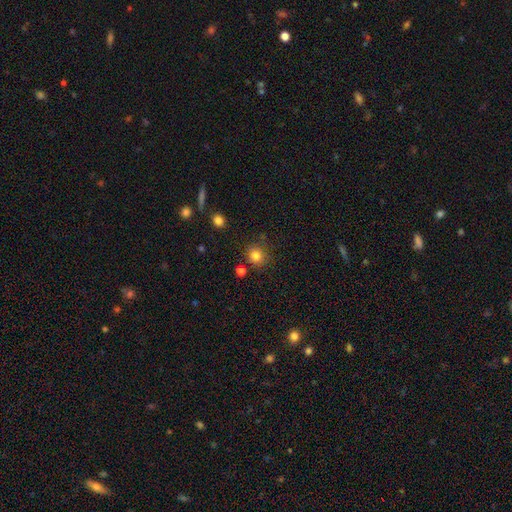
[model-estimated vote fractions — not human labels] Smooth or featured: smooth — 82% (star or artifact — 12%)
How rounded: round — 85% (in between — 14%)
Merging: none — 81% (minor disturbance — 11%)